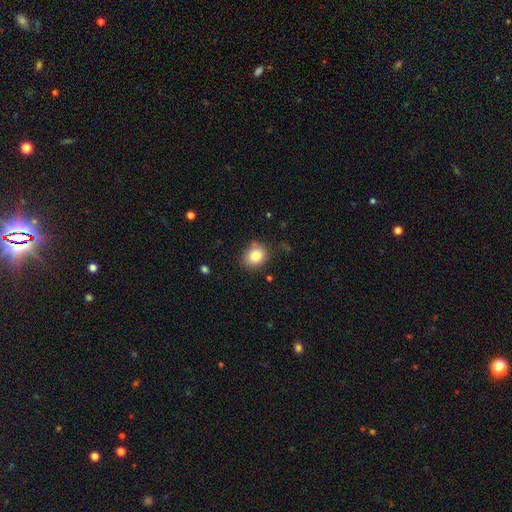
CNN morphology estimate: Smooth or featured? Predicted: smooth (p=0.83). How rounded? Predicted: round (p=0.62). Merging? Predicted: none (p=0.80).